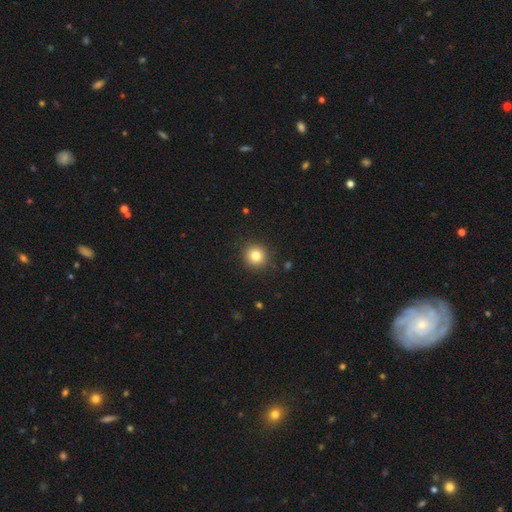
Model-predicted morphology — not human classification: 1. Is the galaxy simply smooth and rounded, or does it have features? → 82% smooth, 11% star or artifact, 7% featured or disk.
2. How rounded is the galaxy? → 94% round, 5% in between, 1% cigar-shaped.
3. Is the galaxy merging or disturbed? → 91% none, 6% minor disturbance, 2% major disturbance, 1% merger.